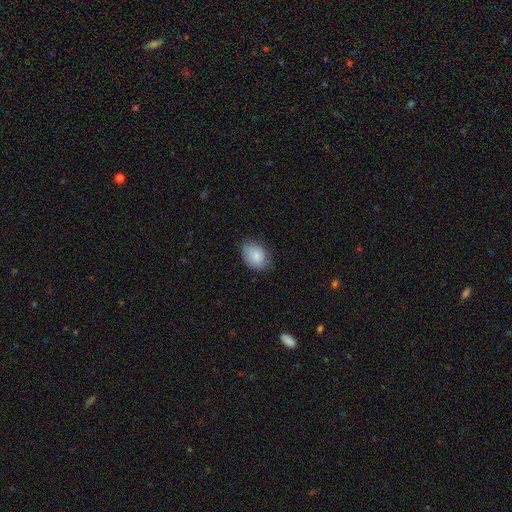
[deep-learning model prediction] smooth 84%, featured or disk 9%, star or artifact 7%. Down the decision tree: how rounded — in between (74%); merging — none (74%).